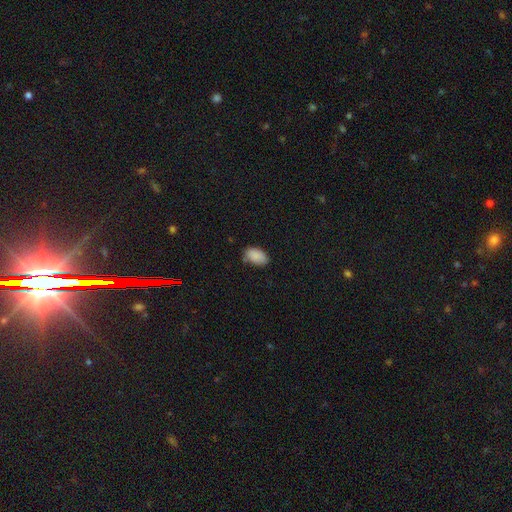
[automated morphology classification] smooth_or_featured: smooth (p=0.88) [alt: star or artifact p=0.08]
how_rounded: in between (p=0.93) [alt: round p=0.05]
merging: none (p=0.75) [alt: minor disturbance p=0.19]